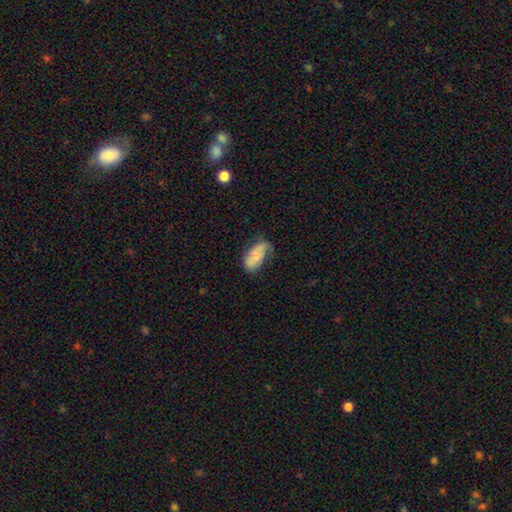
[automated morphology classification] This is likely a smooth galaxy (61%). How rounded: clearly in between (92%). Merging: marginally none (44%).